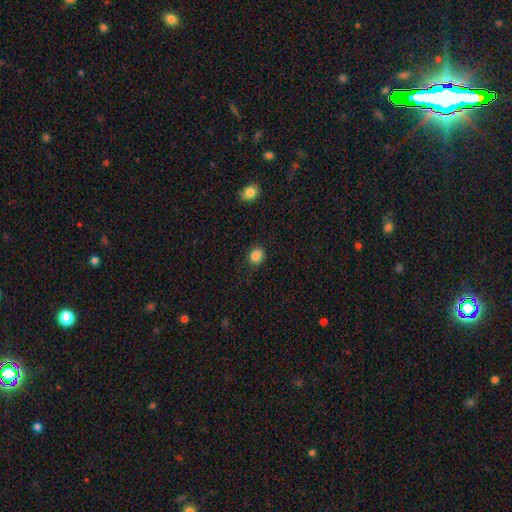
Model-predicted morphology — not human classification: smooth-or-featured: smooth: 85% | star or artifact: 11% | featured or disk: 4%
  how-rounded: round: 64% | in between: 35% | cigar-shaped: 1%
  merging: none: 81% | minor disturbance: 14% | major disturbance: 3% | merger: 2%